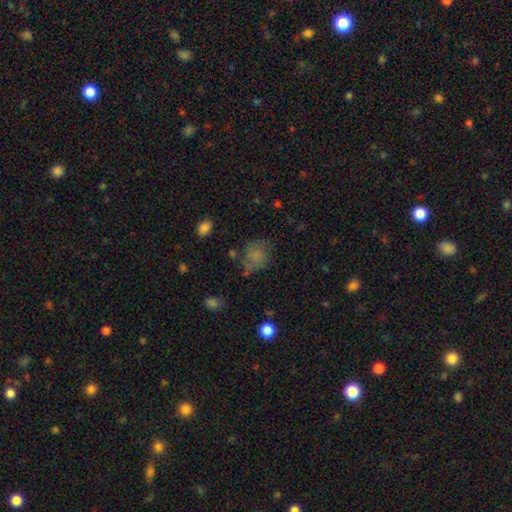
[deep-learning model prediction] Smooth or featured? smooth (66%)
How rounded? round (67%)
Merging? none (52%)